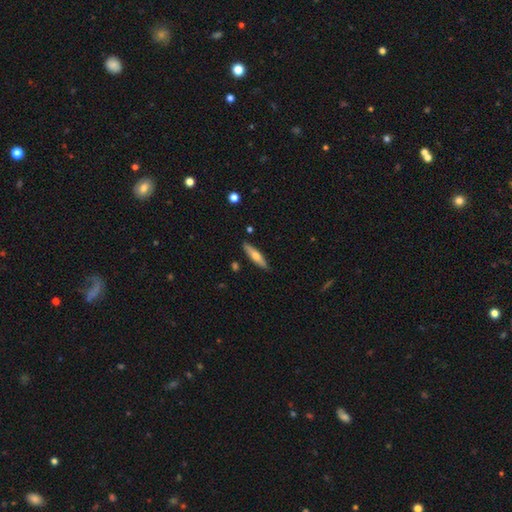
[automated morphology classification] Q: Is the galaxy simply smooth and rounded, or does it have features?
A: smooth — 51%.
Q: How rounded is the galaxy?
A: cigar-shaped — 78%.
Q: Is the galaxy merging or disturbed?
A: none — 88%.